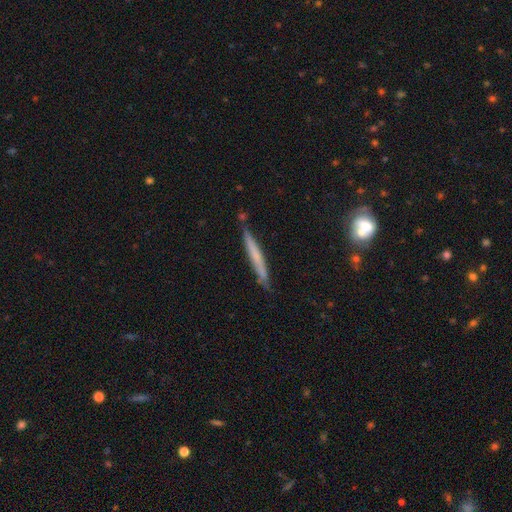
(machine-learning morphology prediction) This is possibly a smooth galaxy (53%). How rounded: clearly cigar-shaped (96%). Merging: clearly none (81%).